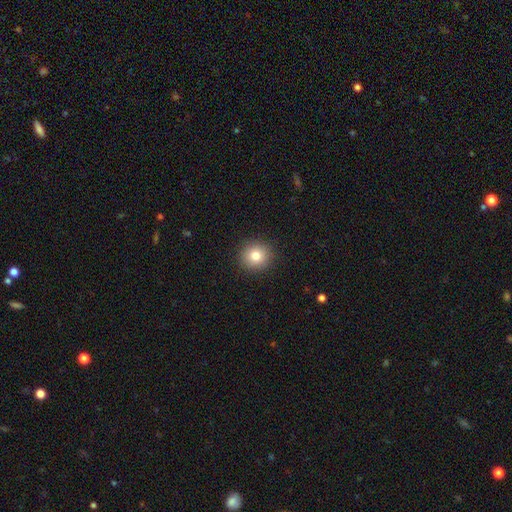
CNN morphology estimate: Overall: smooth (81%). How rounded: round (89%). Merging: none (91%).